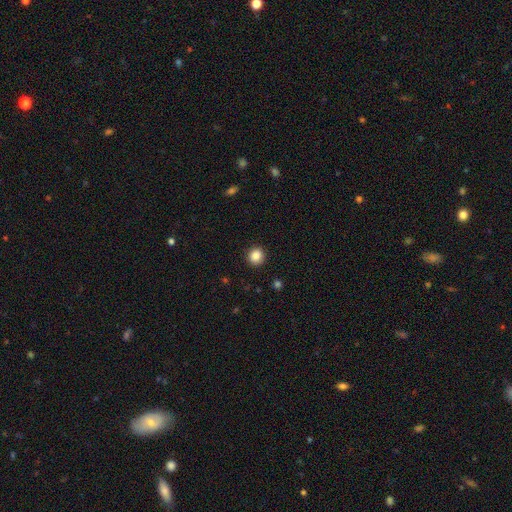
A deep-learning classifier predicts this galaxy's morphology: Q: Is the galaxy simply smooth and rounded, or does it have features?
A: smooth — 86%.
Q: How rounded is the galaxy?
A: round — 89%.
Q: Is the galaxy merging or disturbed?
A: none — 92%.